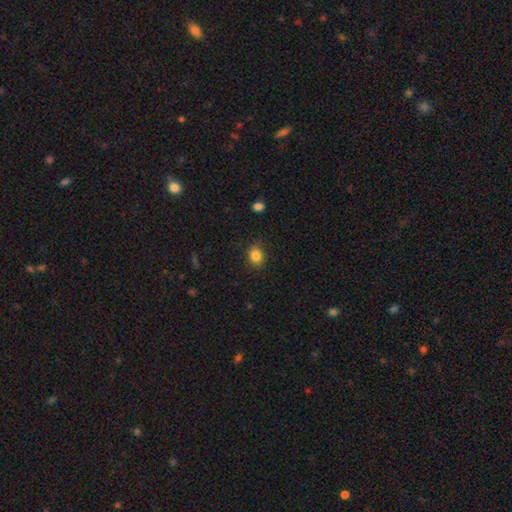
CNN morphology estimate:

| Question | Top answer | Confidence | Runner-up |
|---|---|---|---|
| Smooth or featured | smooth | 84% | star or artifact (11%) |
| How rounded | round | 61% | in between (38%) |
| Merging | none | 83% | minor disturbance (13%) |